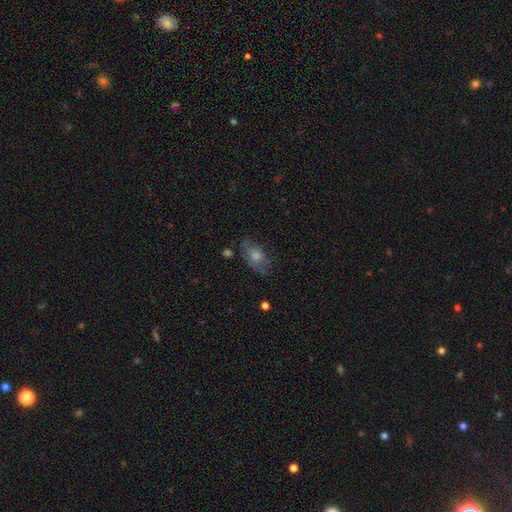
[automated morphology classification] smooth_or_featured: smooth (p=0.64) [alt: featured or disk p=0.27]
how_rounded: in between (p=0.87) [alt: round p=0.10]
merging: none (p=0.63) [alt: minor disturbance p=0.25]